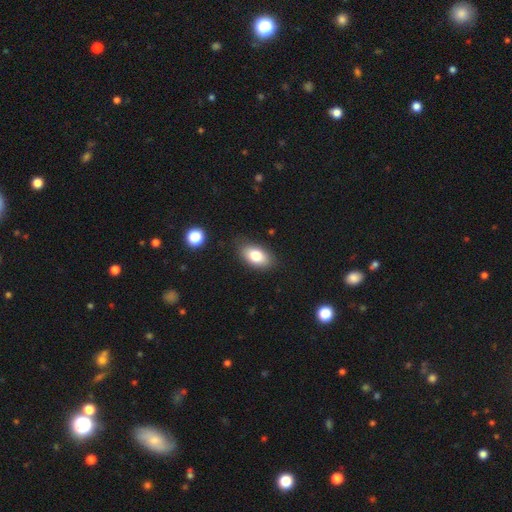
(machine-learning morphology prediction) The model was most divided on "smooth or featured": smooth: 78%, featured or disk: 13%, star or artifact: 8%. More confident: how rounded — in between (91%); merging — none (83%).